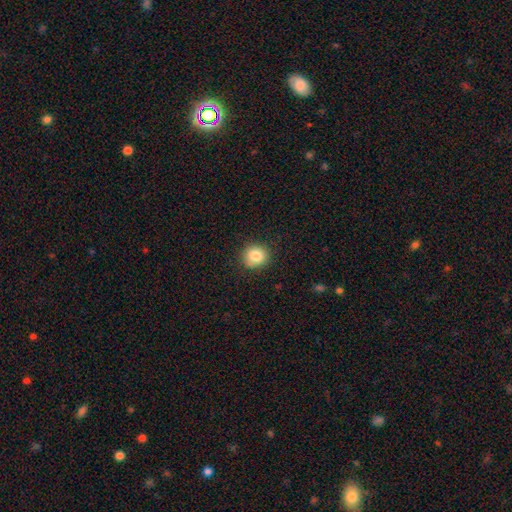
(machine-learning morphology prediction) Smooth or featured? smooth (84%)
How rounded? round (87%)
Merging? none (88%)